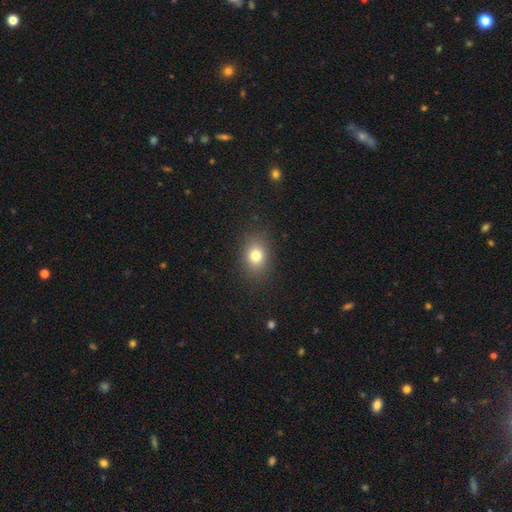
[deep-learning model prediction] The model was most divided on "how rounded": in between: 58%, round: 41%, cigar-shaped: 1%. More confident: merging — none (86%); smooth or featured — smooth (78%).